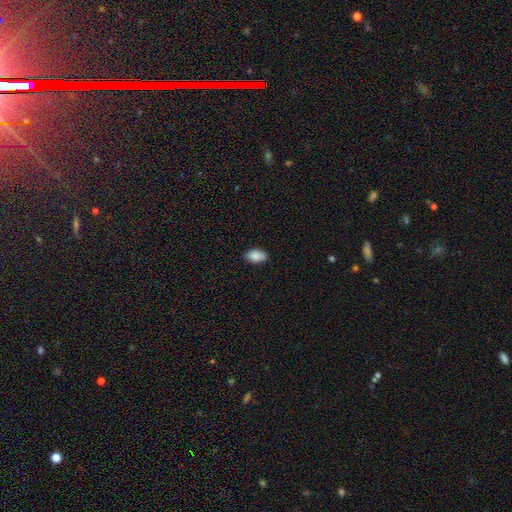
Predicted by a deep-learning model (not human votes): The model was most divided on "merging": none: 86%, minor disturbance: 11%, major disturbance: 2%, merger: 1%. More confident: how rounded — in between (92%); smooth or featured — smooth (89%).